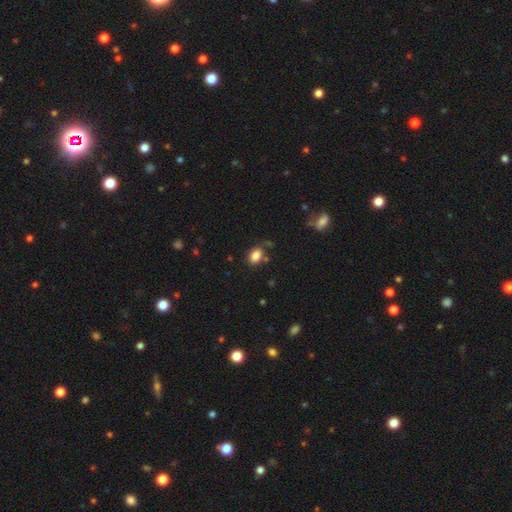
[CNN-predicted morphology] Smooth or featured? smooth (85%)
How rounded? in between (79%)
Merging? none (76%)